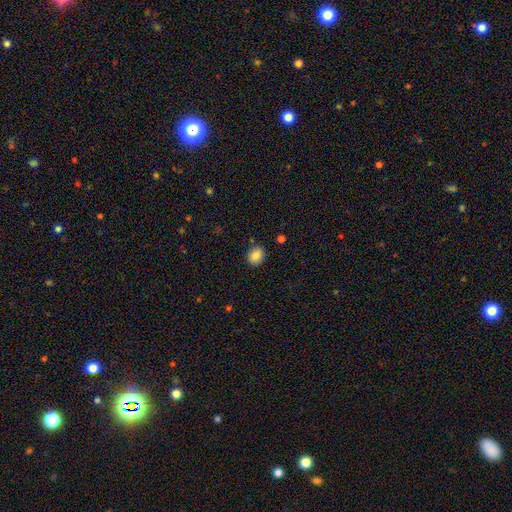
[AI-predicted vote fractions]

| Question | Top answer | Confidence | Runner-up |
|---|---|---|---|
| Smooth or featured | smooth | 86% | star or artifact (9%) |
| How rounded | round | 63% | in between (36%) |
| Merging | none | 86% | minor disturbance (9%) |